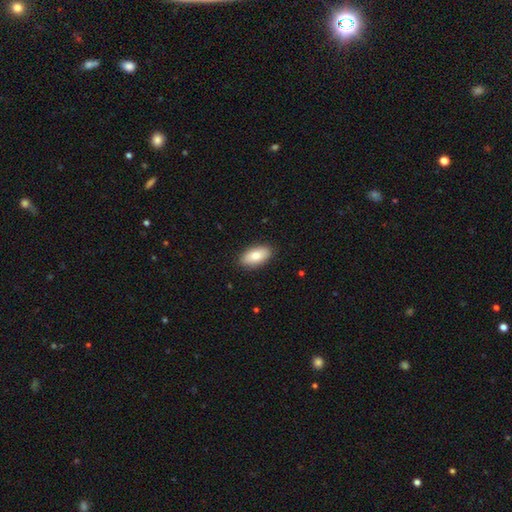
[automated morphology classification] smooth-or-featured: smooth: 79% | featured or disk: 14% | star or artifact: 6%
  how-rounded: in between: 92% | cigar-shaped: 4% | round: 3%
  merging: none: 88% | minor disturbance: 9% | major disturbance: 2% | merger: 1%